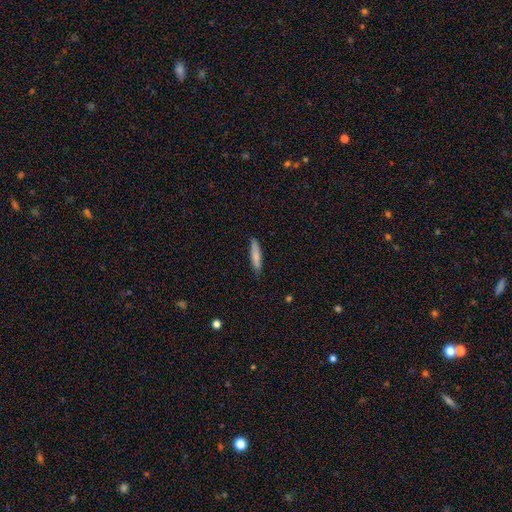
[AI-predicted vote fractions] A smooth galaxy with no disk features (79%) that is cigar-shaped (82%).

Vote fractions:
- Smooth or featured? smooth: 79% / featured or disk: 15% / star or artifact: 6%
- How rounded? cigar-shaped: 82% / in between: 17% / round: 1%
- Merging? none: 84% / minor disturbance: 12% / major disturbance: 2% / merger: 1%